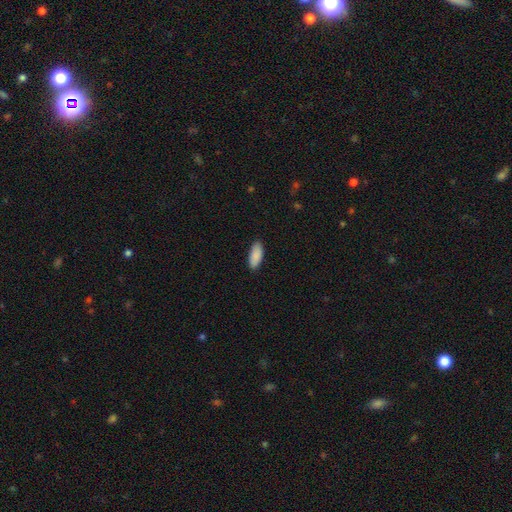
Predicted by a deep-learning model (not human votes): This appears to be a smooth galaxy with no disk features (90%) that is in between round and cigar-shaped (85%). Merging: none (88%).